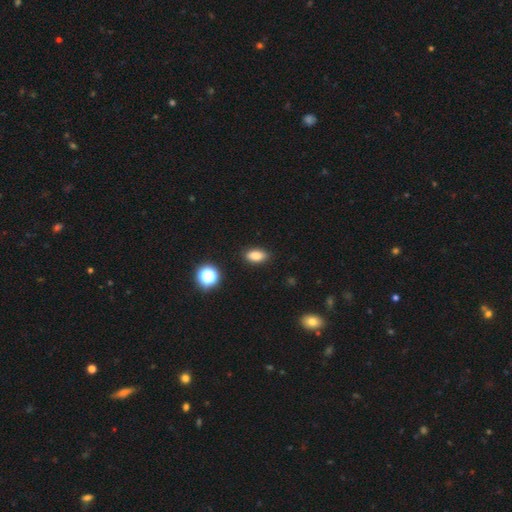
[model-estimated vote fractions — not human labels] This appears to be a smooth galaxy with no disk features (83%) that is in between round and cigar-shaped (87%). Merging: none (88%).